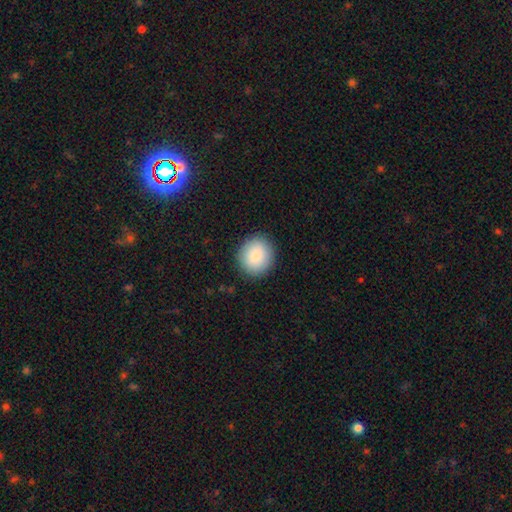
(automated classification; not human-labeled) Q: Smooth or featured?
A: smooth (87%); runner-up: star or artifact (7%)
Q: How rounded?
A: round (83%); runner-up: in between (16%)
Q: Merging?
A: none (89%); runner-up: minor disturbance (7%)